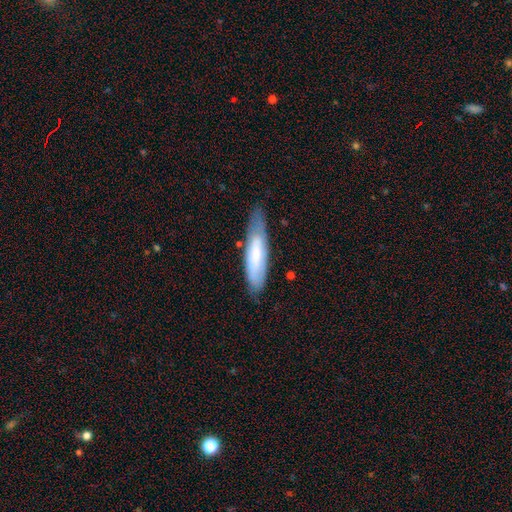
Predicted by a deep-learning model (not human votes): This is likely a smooth galaxy (61%). How rounded: likely cigar-shaped (65%). Merging: likely none (68%).